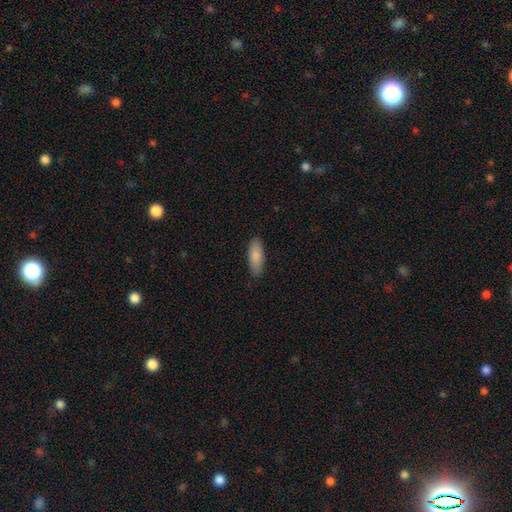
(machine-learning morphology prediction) Smooth or featured? Predicted: smooth (p=0.85). How rounded? Predicted: in between (p=0.69). Merging? Predicted: none (p=0.86).